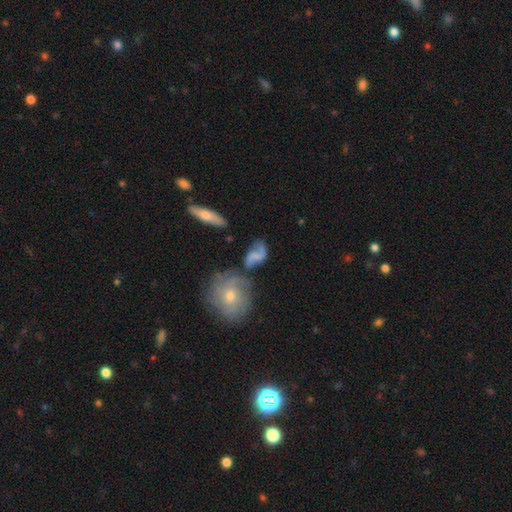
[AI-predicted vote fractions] A featured or disk galaxy (62%) with no bar (51%), 2 (83%) loose (58%) spiral arms (86%) and no central bulge (49%).

Vote fractions:
- Smooth or featured? featured or disk: 62% / smooth: 29% / star or artifact: 9%
- Edge-on disk? no: 96% / yes: 4%
- Bar? no: 51% / weak: 37% / strong: 12%
- Spiral arms? yes: 86% / no: 14%
- Spiral winding? loose: 58% / medium: 32% / tight: 11%
- Spiral arm count? 2: 83% / can't tell: 6% / 1: 6% / 3: 2% / 4: 1% / more than 4: 1%
- Bulge size? none: 49% / small: 26% / moderate: 19% / large: 5% / dominant: 2%
- Merging? none: 48% / minor disturbance: 21% / merger: 16% / major disturbance: 15%